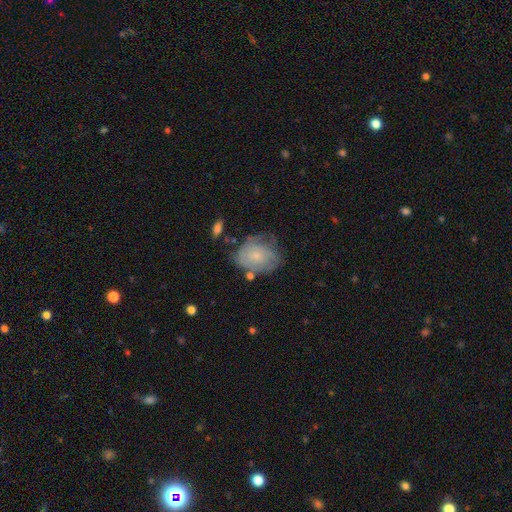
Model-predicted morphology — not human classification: Smooth or featured?
  - featured or disk: 53% *
  - smooth: 39%
  - star or artifact: 8%
Edge-on disk?
  - no: 97% *
  - yes: 3%
Bar?
  - no: 78% *
  - weak: 19%
  - strong: 2%
Spiral arms?
  - yes: 72% *
  - no: 28%
Bulge size?
  - small: 66% *
  - moderate: 23%
  - none: 8%
  - large: 2%
  - dominant: 1%
Merging?
  - none: 55% *
  - minor disturbance: 28%
  - major disturbance: 13%
  - merger: 5%